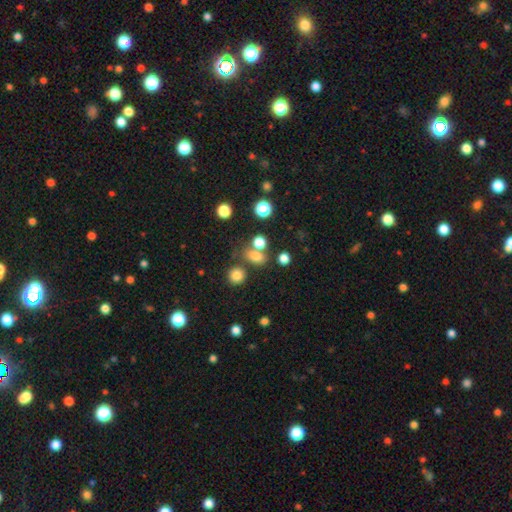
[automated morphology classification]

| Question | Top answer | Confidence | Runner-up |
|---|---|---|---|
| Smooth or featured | smooth | 74% | star or artifact (18%) |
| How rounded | in between | 57% | round (41%) |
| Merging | none | 59% | merger (24%) |